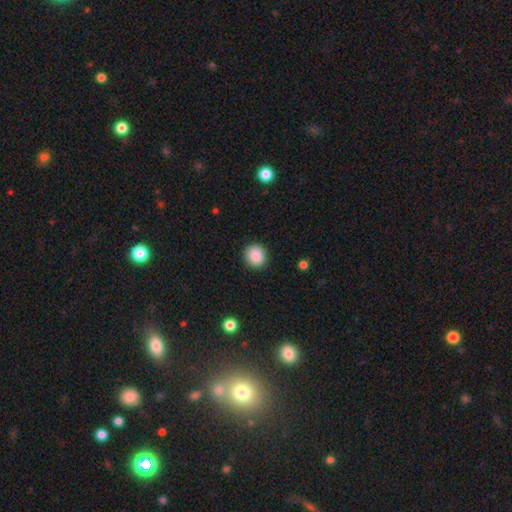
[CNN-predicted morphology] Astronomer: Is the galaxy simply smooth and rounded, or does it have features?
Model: smooth — 88%.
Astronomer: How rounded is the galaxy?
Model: round — 84%.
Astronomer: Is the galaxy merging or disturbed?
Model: none — 90%.